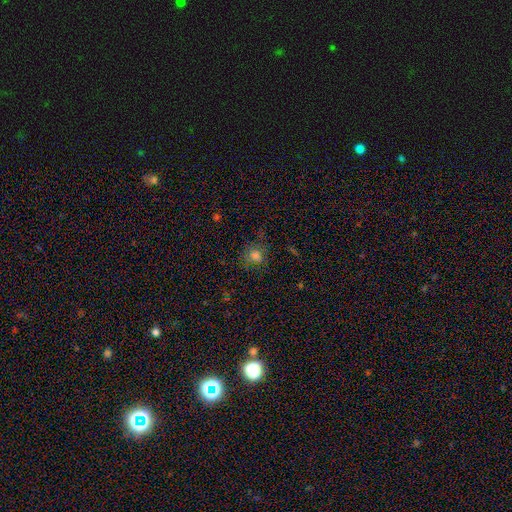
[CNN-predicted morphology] smooth_or_featured: smooth (p=0.75) [alt: star or artifact p=0.17]
how_rounded: round (p=0.76) [alt: in between p=0.23]
merging: none (p=0.71) [alt: minor disturbance p=0.19]